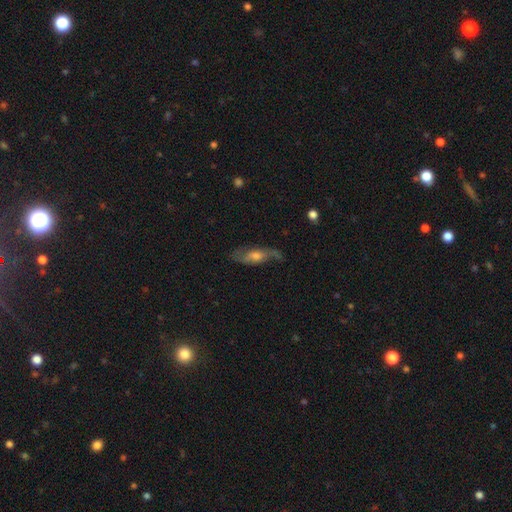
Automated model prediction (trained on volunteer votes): Smooth or featured?
  - featured or disk: 66% *
  - smooth: 25%
  - star or artifact: 8%
Edge-on disk?
  - no: 74% *
  - yes: 26%
Merging?
  - none: 60% *
  - minor disturbance: 23%
  - major disturbance: 15%
  - merger: 2%